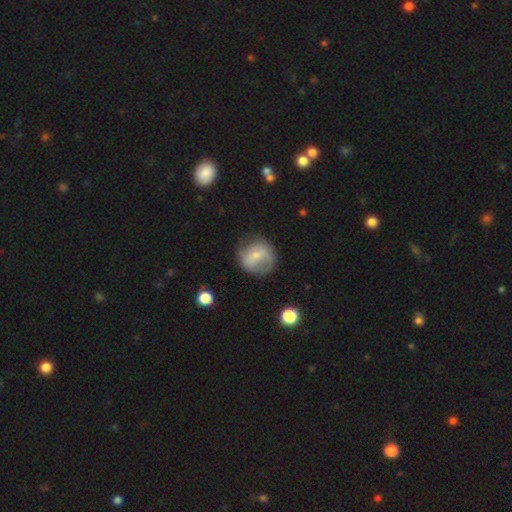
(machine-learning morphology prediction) type=smooth (49%); merging=none (63%).